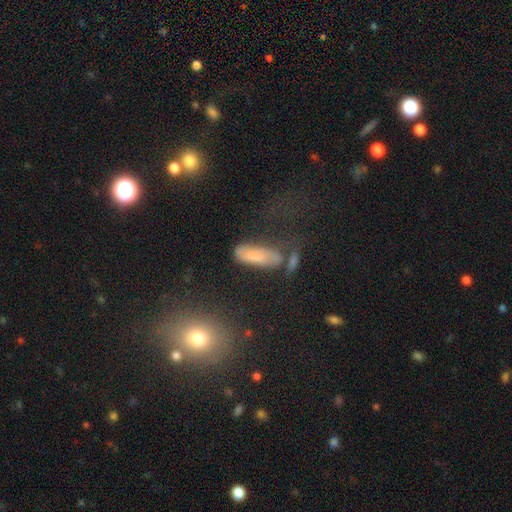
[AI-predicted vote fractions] This is likely a smooth galaxy (65%). How rounded: possibly in between (52%). Merging: possibly none (52%).